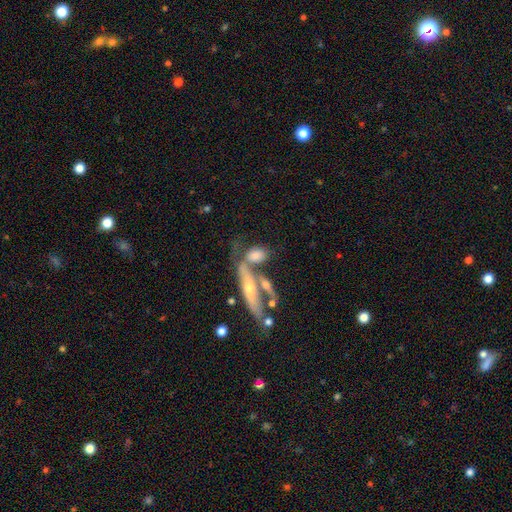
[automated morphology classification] smooth 61%, featured or disk 32%, star or artifact 8%. Down the decision tree: how rounded — in between (68%); merging — merger (43%).